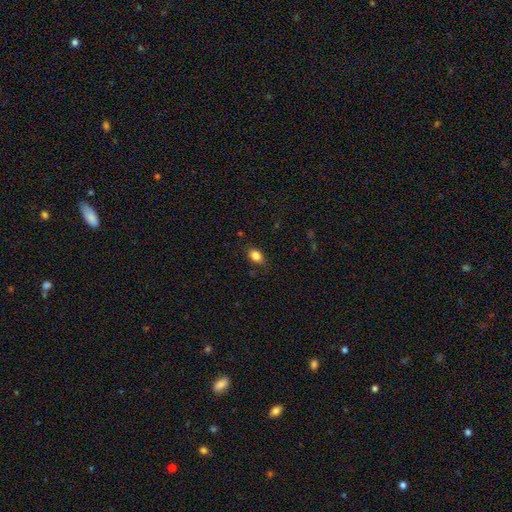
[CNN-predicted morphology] type=smooth (85%); roundness=in between (77%); merging=none (78%).